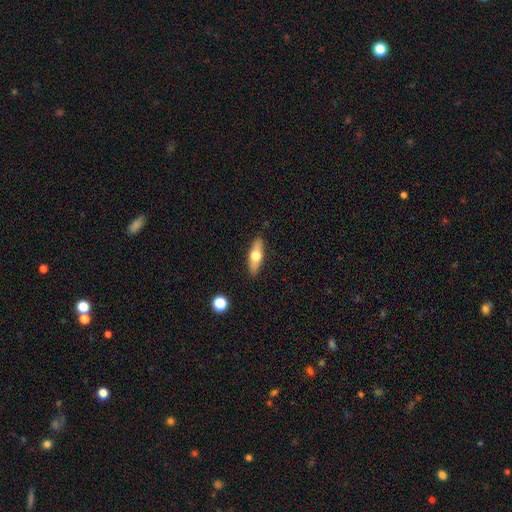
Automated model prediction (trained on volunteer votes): This is possibly a smooth galaxy (53%). How rounded: possibly in between (55%). Merging: clearly none (87%).